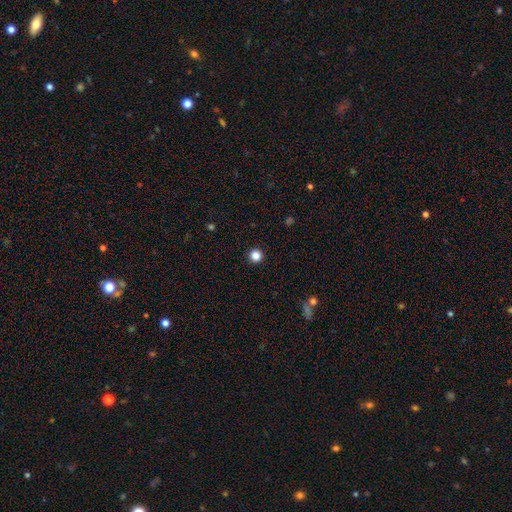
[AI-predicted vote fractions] Smooth or featured?
  - smooth: 85% *
  - star or artifact: 12%
  - featured or disk: 3%
How rounded?
  - round: 96% *
  - in between: 3%
  - cigar-shaped: 1%
Merging?
  - none: 94% *
  - minor disturbance: 4%
  - major disturbance: 2%
  - merger: 1%